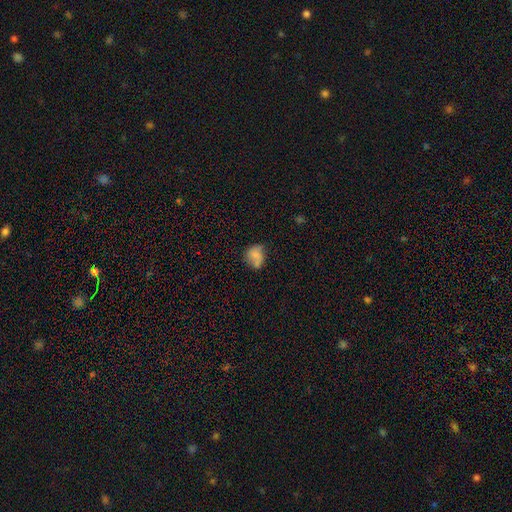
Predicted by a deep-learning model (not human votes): smooth-or-featured: smooth: 71% | featured or disk: 18% | star or artifact: 11%
  how-rounded: round: 58% | in between: 41% | cigar-shaped: 1%
  merging: none: 48% | minor disturbance: 27% | merger: 15% | major disturbance: 11%